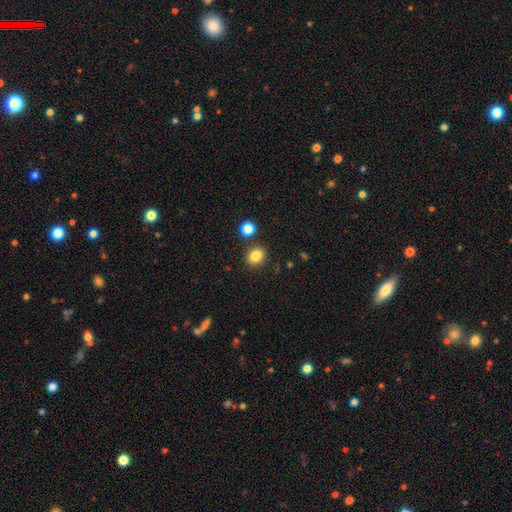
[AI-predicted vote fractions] The model was most divided on "how rounded": round: 57%, in between: 42%, cigar-shaped: 1%. More confident: smooth or featured — smooth (84%); merging — none (82%).